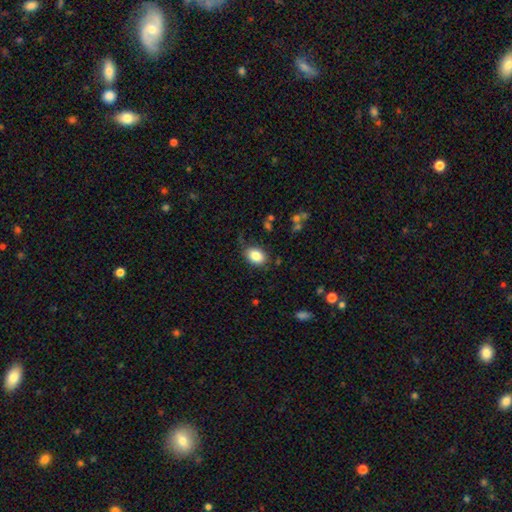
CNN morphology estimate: Smooth or featured: smooth — 84% (star or artifact — 8%)
How rounded: in between — 80% (round — 19%)
Merging: none — 79% (minor disturbance — 15%)